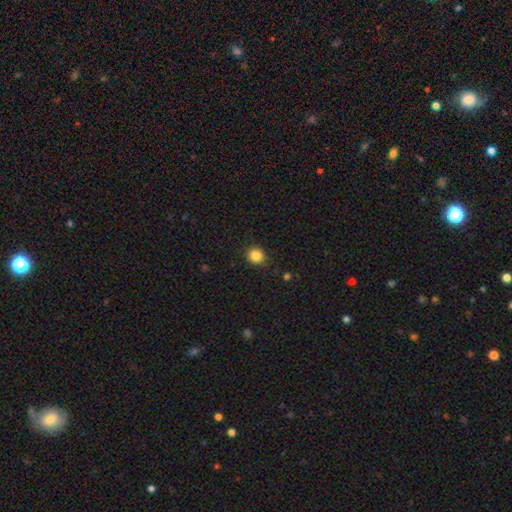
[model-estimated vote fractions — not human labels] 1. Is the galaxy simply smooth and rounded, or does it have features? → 85% smooth, 11% star or artifact, 4% featured or disk.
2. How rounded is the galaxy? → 86% round, 13% in between, 1% cigar-shaped.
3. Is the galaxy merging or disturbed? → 90% none, 7% minor disturbance, 2% major disturbance, 1% merger.